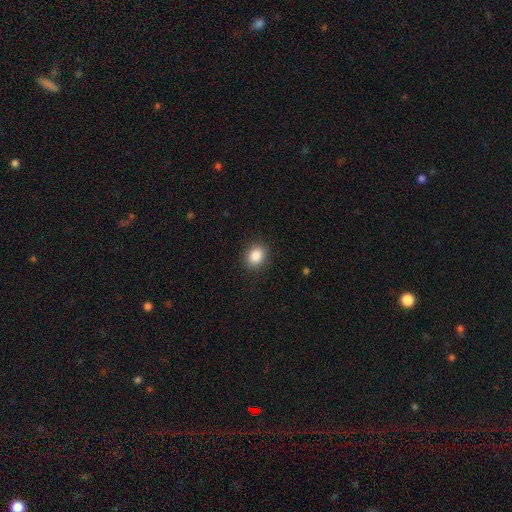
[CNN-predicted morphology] Smooth or featured: smooth — 87% (star or artifact — 9%)
How rounded: round — 55% (in between — 44%)
Merging: none — 89% (minor disturbance — 8%)